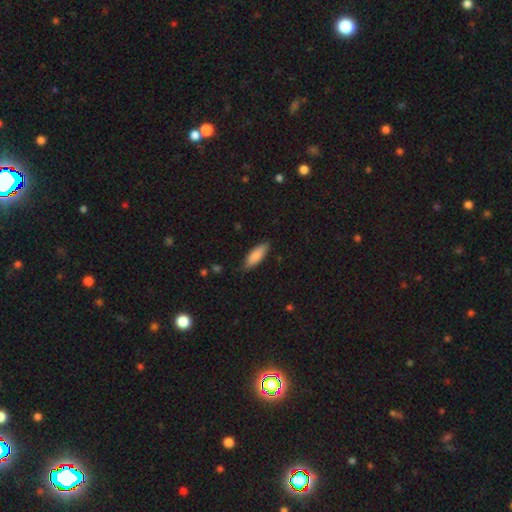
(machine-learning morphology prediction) Smooth or featured? smooth (86%)
How rounded? in between (68%)
Merging? none (82%)